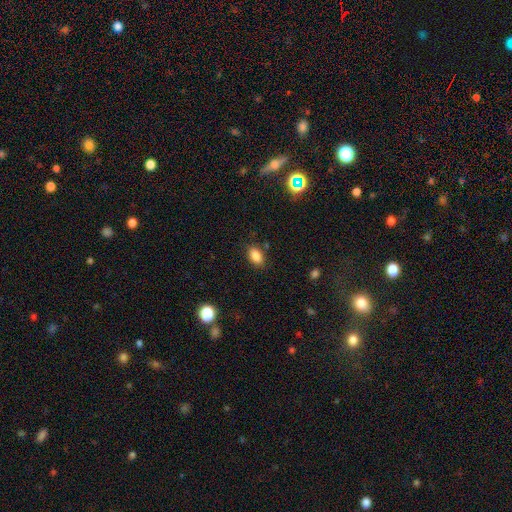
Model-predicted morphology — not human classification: Smooth or featured: smooth — 85% (star or artifact — 10%)
How rounded: in between — 88% (round — 10%)
Merging: none — 84% (minor disturbance — 11%)